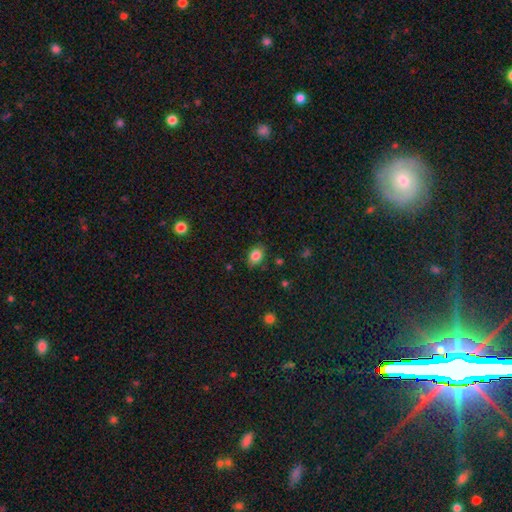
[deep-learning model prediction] This appears to be a smooth galaxy with no disk features (84%) that is in between round and cigar-shaped (73%). Merging: none (81%).